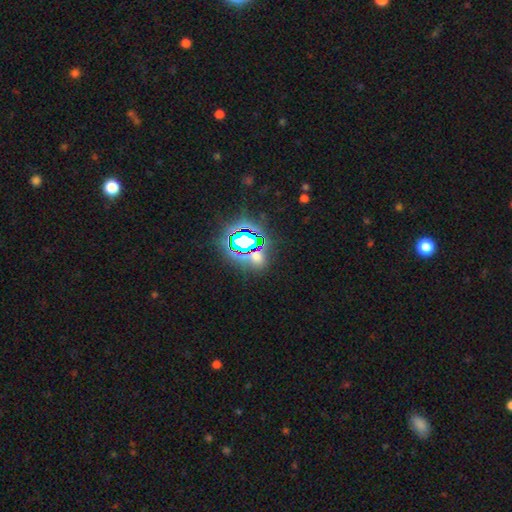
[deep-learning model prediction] Q: Smooth or featured?
A: star or artifact (66%); runner-up: smooth (25%)